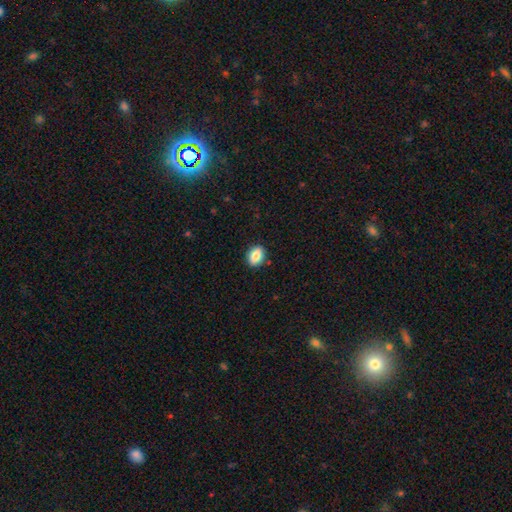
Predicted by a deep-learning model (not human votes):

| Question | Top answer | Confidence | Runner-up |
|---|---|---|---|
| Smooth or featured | smooth | 84% | star or artifact (8%) |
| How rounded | in between | 69% | round (29%) |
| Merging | none | 88% | minor disturbance (9%) |